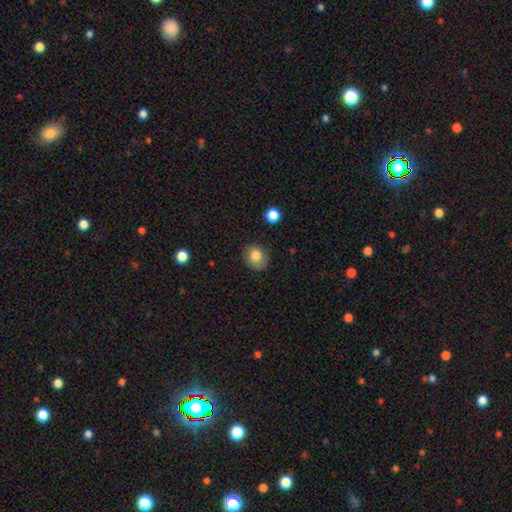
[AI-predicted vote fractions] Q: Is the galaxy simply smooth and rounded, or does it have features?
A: smooth — 82%.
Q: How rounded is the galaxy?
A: round — 73%.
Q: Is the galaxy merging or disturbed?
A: none — 82%.